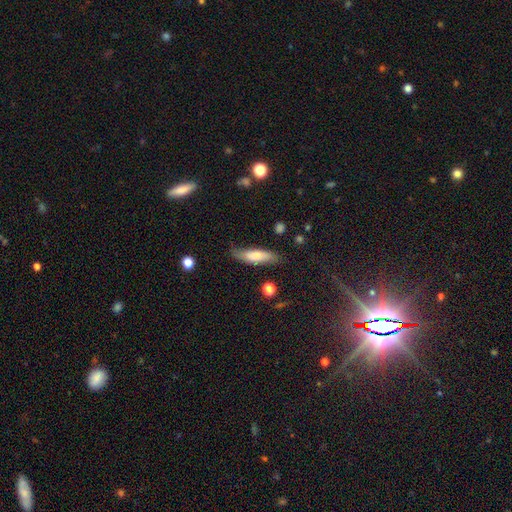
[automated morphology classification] Smooth or featured: smooth — 70% (featured or disk — 24%)
How rounded: cigar-shaped — 61% (in between — 37%)
Merging: none — 69% (minor disturbance — 23%)